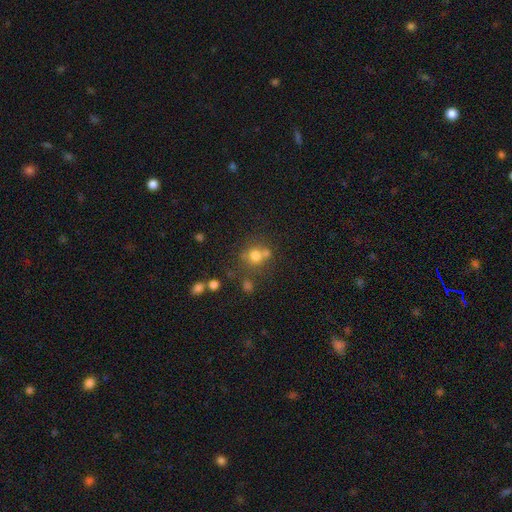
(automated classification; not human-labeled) Overall: smooth (70%). How rounded: round (83%). Merging: none (53%; merger 31%).